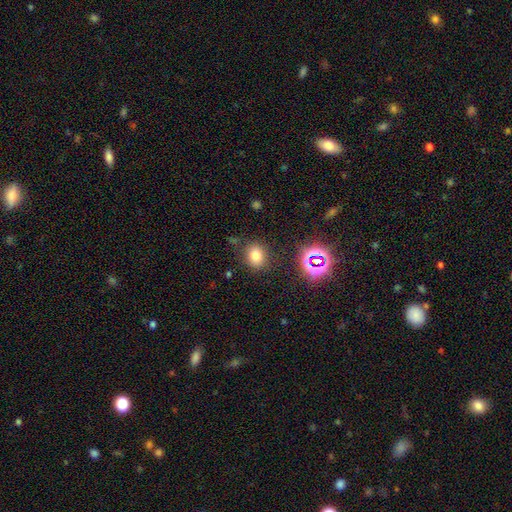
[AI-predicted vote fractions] Smooth or featured? Predicted: smooth (p=0.74). How rounded? Predicted: round (p=0.58). Merging? Predicted: none (p=0.83).